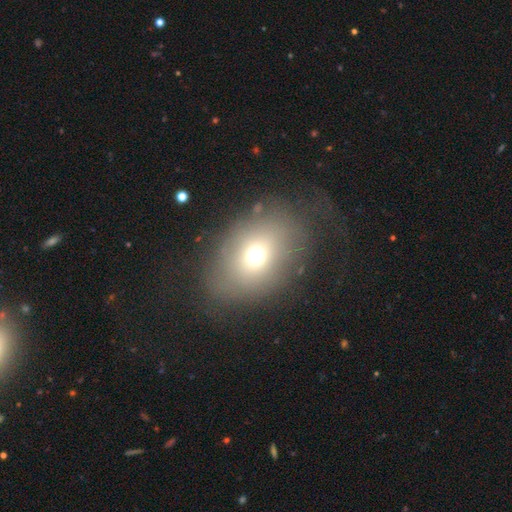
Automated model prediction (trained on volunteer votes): Smooth or featured? Predicted: smooth (p=0.65). How rounded? Predicted: in between (p=0.55). Merging? Predicted: none (p=0.74).